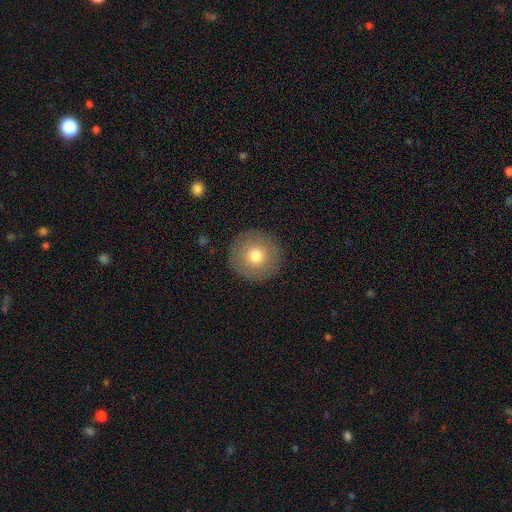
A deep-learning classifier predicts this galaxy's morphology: smooth_or_featured: smooth (p=0.73) [alt: featured or disk p=0.17]
how_rounded: round (p=0.96) [alt: in between p=0.03]
merging: none (p=0.91) [alt: minor disturbance p=0.06]